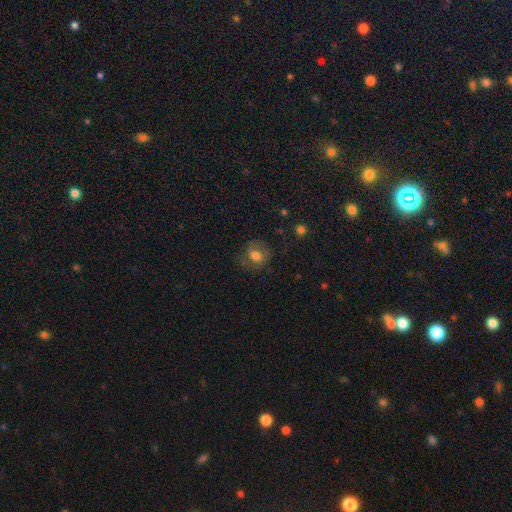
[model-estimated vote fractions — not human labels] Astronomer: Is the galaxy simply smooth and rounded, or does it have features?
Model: smooth — 68%.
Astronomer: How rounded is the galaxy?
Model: round — 69%.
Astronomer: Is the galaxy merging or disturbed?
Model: none — 67%.